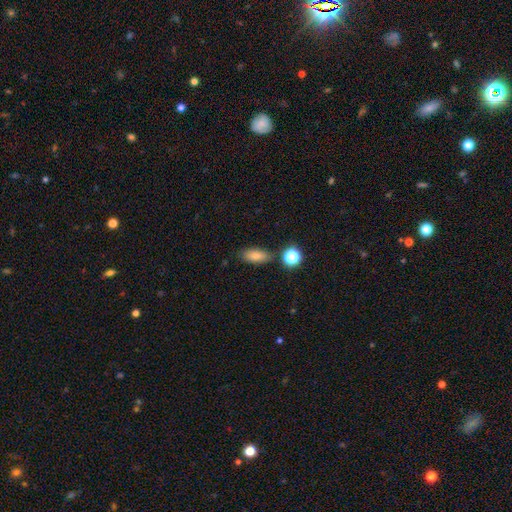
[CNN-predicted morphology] smooth 80%, star or artifact 10%, featured or disk 10%. Down the decision tree: how rounded — in between (77%); merging — none (79%).